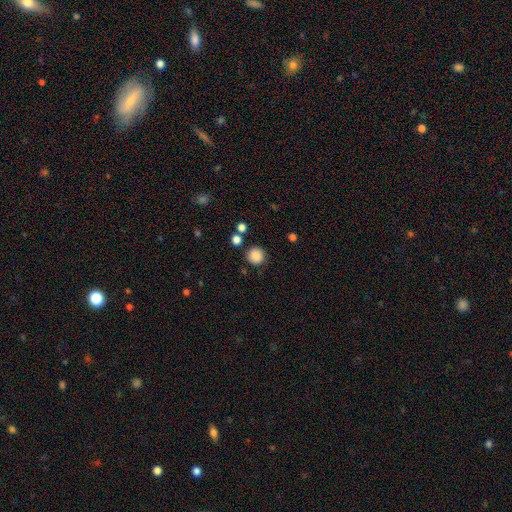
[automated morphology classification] The model was most divided on "merging": none: 84%, minor disturbance: 9%, merger: 3%, major disturbance: 3%. More confident: how rounded — round (92%); smooth or featured — smooth (86%).